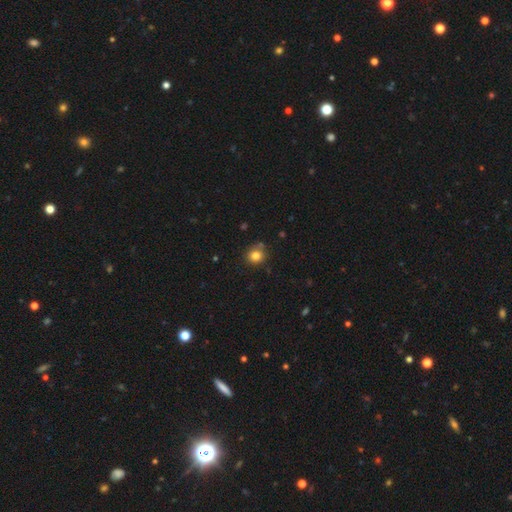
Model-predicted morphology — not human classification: type=smooth (82%); roundness=round (86%); merging=none (79%).